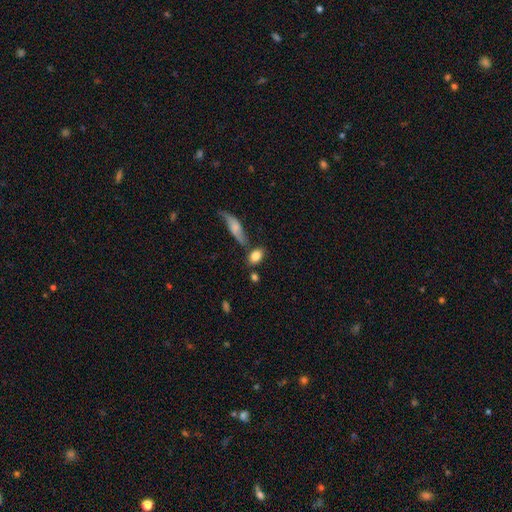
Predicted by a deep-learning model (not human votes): Smooth or featured: smooth — 83% (featured or disk — 10%)
How rounded: in between — 83% (round — 13%)
Merging: none — 63% (minor disturbance — 16%)